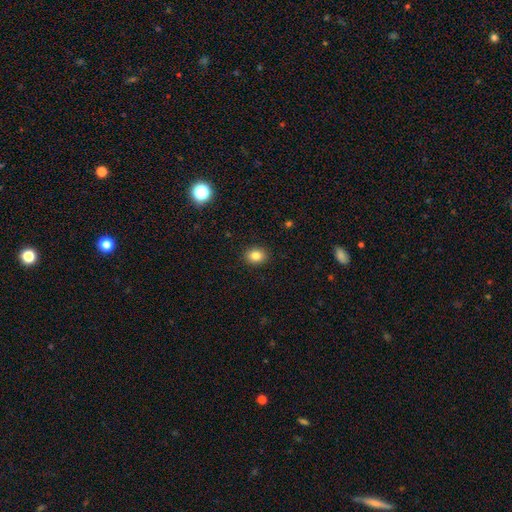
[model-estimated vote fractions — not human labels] smooth-or-featured: smooth: 83% | star or artifact: 11% | featured or disk: 6%
  how-rounded: round: 51% | in between: 48% | cigar-shaped: 1%
  merging: none: 90% | minor disturbance: 7% | major disturbance: 2% | merger: 1%